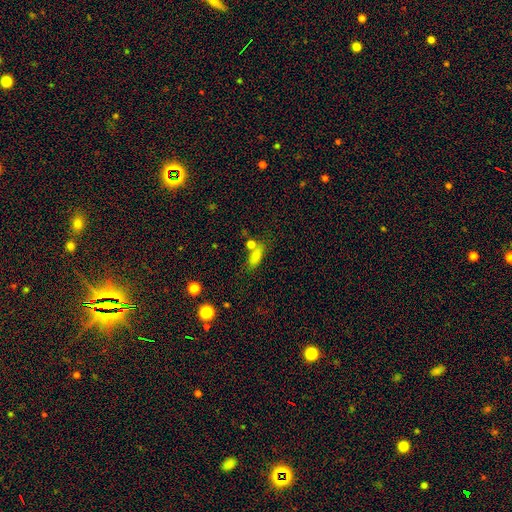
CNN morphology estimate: Smooth or featured: smooth — 78% (star or artifact — 14%)
How rounded: in between — 72% (cigar-shaped — 21%)
Merging: none — 56% (merger — 22%)